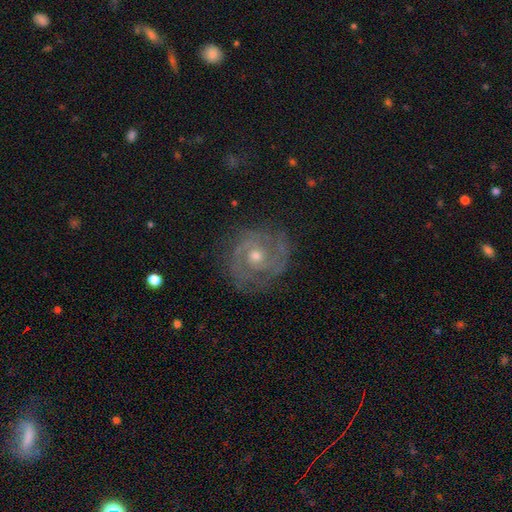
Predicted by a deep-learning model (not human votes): A featured or disk galaxy (87%) with no bar (73%), 2 (55%) tight (61%) spiral arms (96%) and a moderate central bulge (52%). Merging: none (77%).